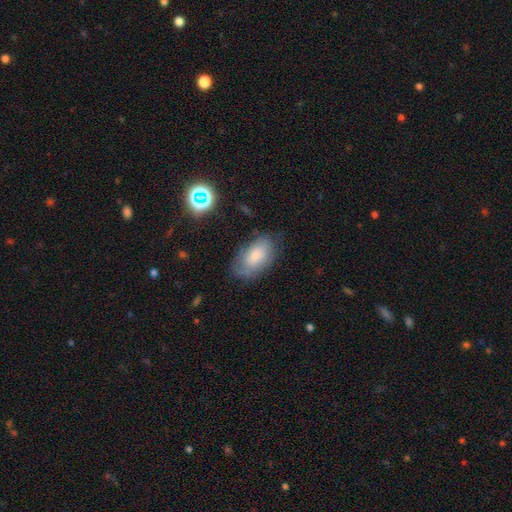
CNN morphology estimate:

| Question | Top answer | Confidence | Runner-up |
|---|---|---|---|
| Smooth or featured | smooth | 70% | featured or disk (21%) |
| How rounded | in between | 92% | round (6%) |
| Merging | none | 68% | minor disturbance (23%) |